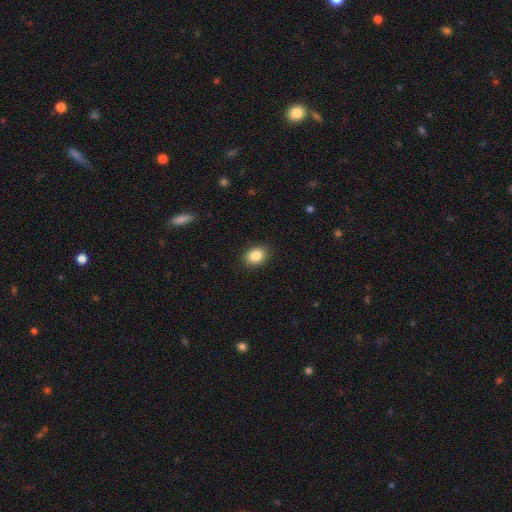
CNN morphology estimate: Smooth or featured?
  - smooth: 86% *
  - star or artifact: 9%
  - featured or disk: 5%
How rounded?
  - in between: 58% *
  - round: 41%
  - cigar-shaped: 1%
Merging?
  - none: 90% *
  - minor disturbance: 7%
  - major disturbance: 2%
  - merger: 1%